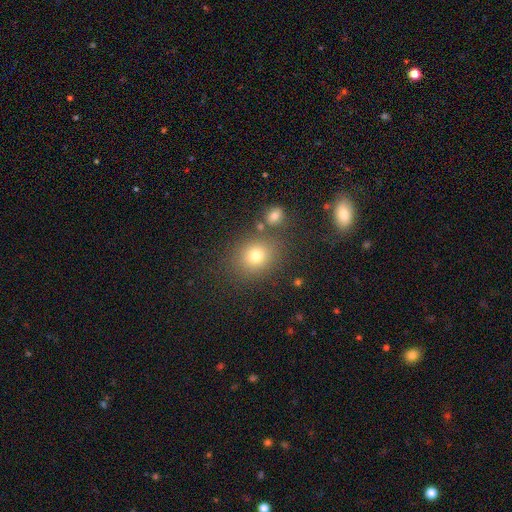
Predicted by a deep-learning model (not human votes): smooth_or_featured: smooth (p=0.75) [alt: star or artifact p=0.15]
how_rounded: round (p=0.69) [alt: in between p=0.30]
merging: none (p=0.76) [alt: minor disturbance p=0.11]